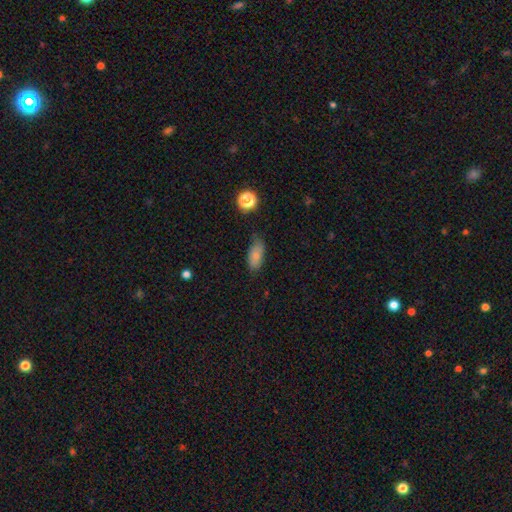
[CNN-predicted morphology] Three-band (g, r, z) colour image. It shows a smooth galaxy with no disk features (80%) that is in between round and cigar-shaped (89%). Merging: none (65%).